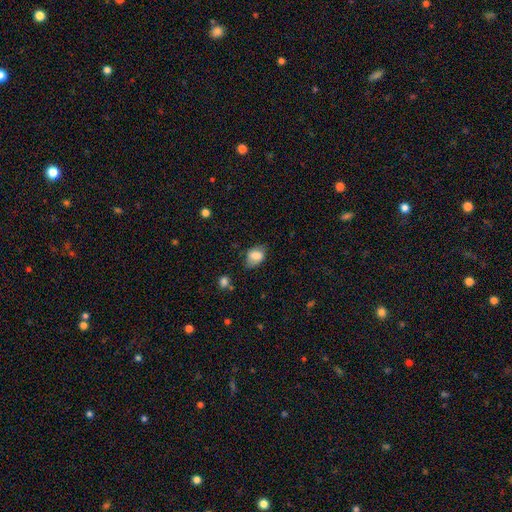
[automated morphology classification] This appears to be a smooth galaxy with no disk features (79%) that is in between round and cigar-shaped (77%). Merging: none (59%).